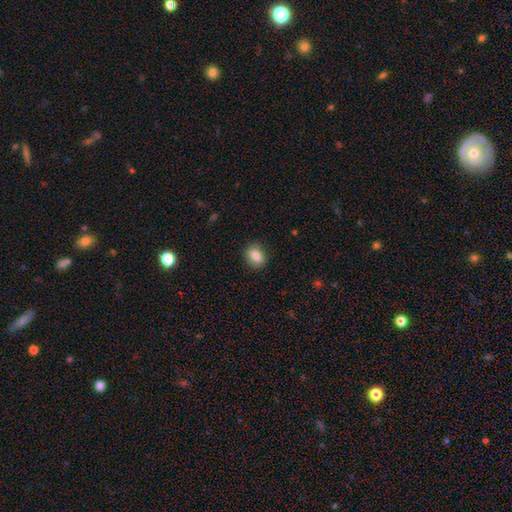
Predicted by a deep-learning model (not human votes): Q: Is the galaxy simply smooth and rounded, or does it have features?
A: smooth — 83%.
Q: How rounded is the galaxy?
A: in between — 61%.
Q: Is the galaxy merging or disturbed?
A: none — 86%.